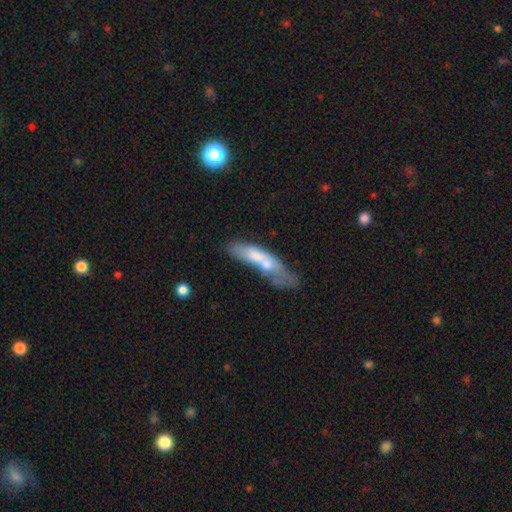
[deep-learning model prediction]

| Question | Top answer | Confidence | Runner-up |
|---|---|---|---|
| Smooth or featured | smooth | 60% | featured or disk (33%) |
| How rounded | cigar-shaped | 66% | in between (31%) |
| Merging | merger | 46% | none (23%) |